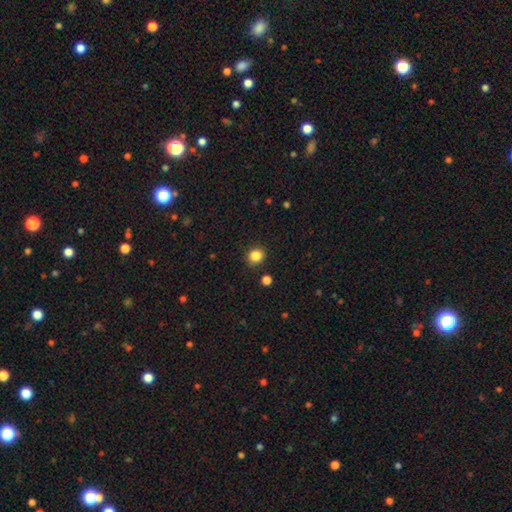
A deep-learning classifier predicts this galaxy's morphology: This is clearly a smooth galaxy (84%). How rounded: clearly round (84%). Merging: clearly none (88%).